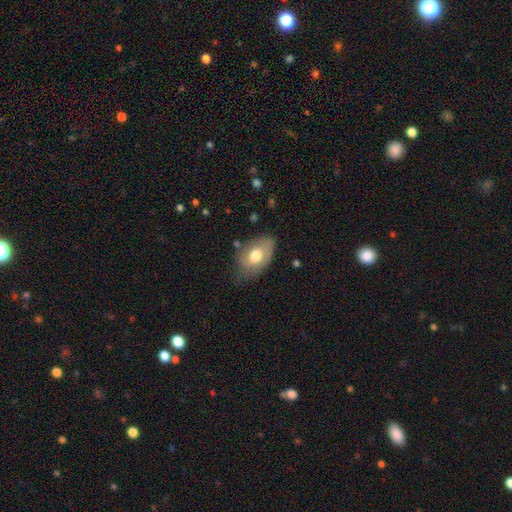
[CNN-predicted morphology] Q: Smooth or featured?
A: smooth (66%); runner-up: featured or disk (27%)
Q: How rounded?
A: in between (87%); runner-up: round (12%)
Q: Merging?
A: none (60%); runner-up: minor disturbance (29%)